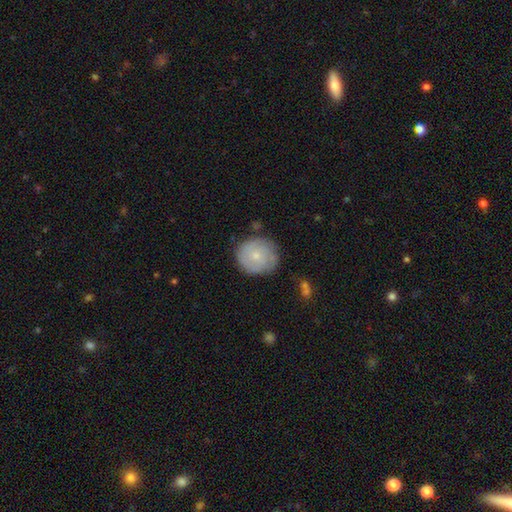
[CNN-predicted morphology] smooth-or-featured: smooth: 60% | featured or disk: 34% | star or artifact: 6%
  how-rounded: round: 90% | in between: 9% | cigar-shaped: 1%
  merging: none: 77% | minor disturbance: 16% | major disturbance: 4% | merger: 2%